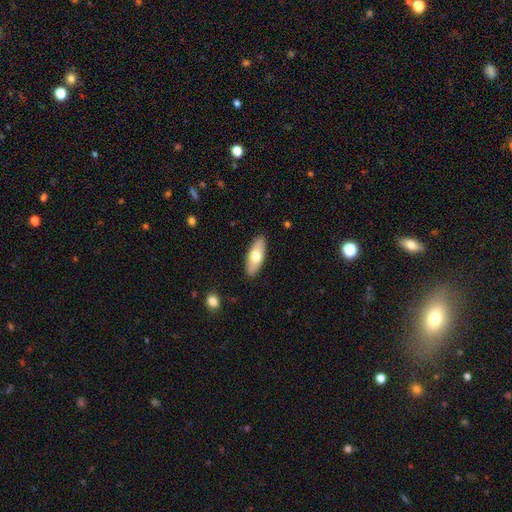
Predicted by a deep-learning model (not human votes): A smooth galaxy with no disk features (66%) that is in between round and cigar-shaped (74%).

Vote fractions:
- Smooth or featured? smooth: 66% / featured or disk: 28% / star or artifact: 5%
- How rounded? in between: 74% / cigar-shaped: 24% / round: 2%
- Merging? none: 89% / minor disturbance: 8% / major disturbance: 2% / merger: 1%